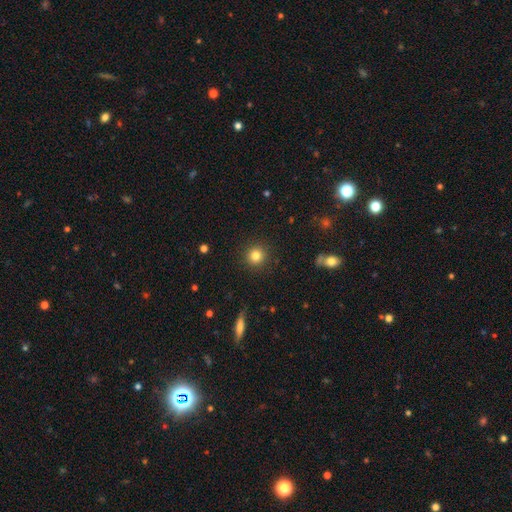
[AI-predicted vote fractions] smooth 82%, star or artifact 12%, featured or disk 6%. Down the decision tree: how rounded — round (94%); merging — none (91%).